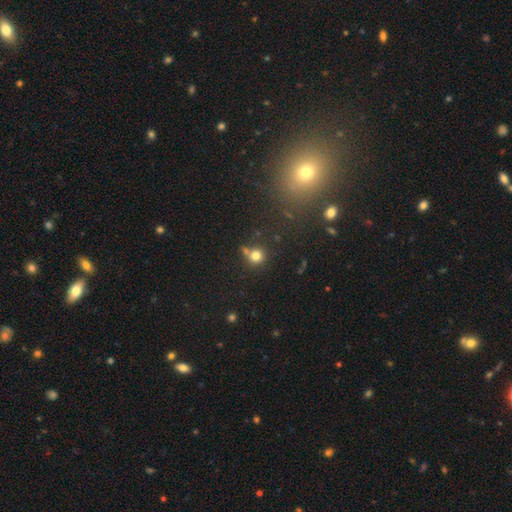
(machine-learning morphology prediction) Q: Smooth or featured?
A: smooth (77%); runner-up: star or artifact (15%)
Q: How rounded?
A: round (89%); runner-up: in between (10%)
Q: Merging?
A: none (60%); runner-up: merger (20%)